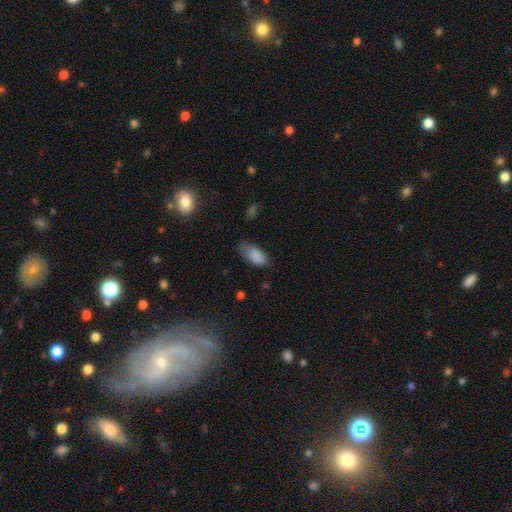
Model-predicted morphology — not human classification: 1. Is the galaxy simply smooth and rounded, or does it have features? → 87% smooth, 7% star or artifact, 6% featured or disk.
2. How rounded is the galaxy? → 92% in between, 5% cigar-shaped, 3% round.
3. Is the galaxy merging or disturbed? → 57% none, 32% minor disturbance, 8% major disturbance, 2% merger.